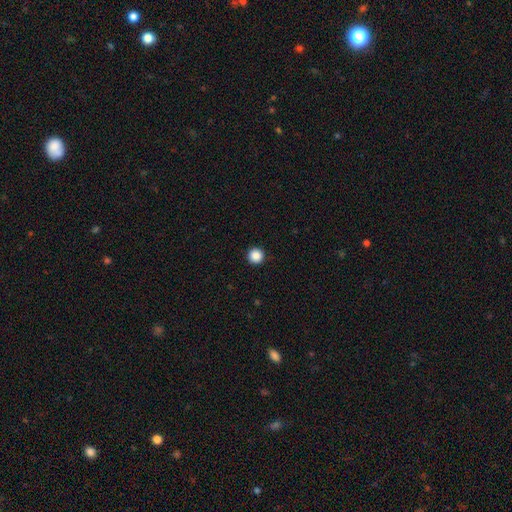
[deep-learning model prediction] Overall: smooth (88%). How rounded: round (97%). Merging: none (94%).